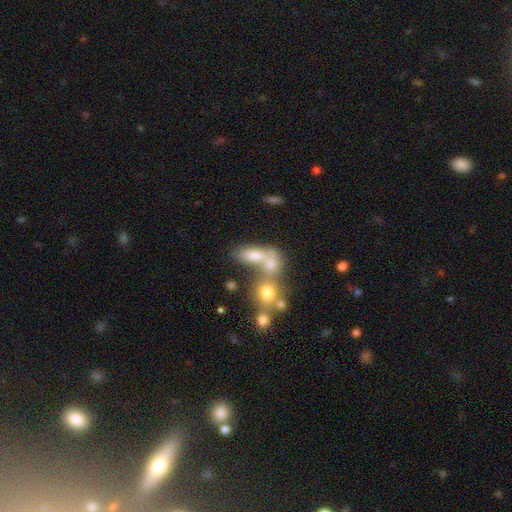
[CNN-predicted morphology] The model was most divided on "smooth or featured": smooth: 53%, featured or disk: 29%, star or artifact: 18%. More confident: how rounded — in between (63%); merging — merger (54%).